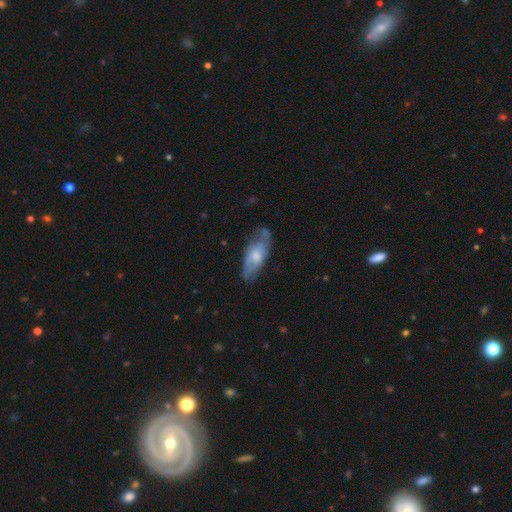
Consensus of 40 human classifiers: Volunteers were most divided on "smooth or featured": smooth: 52%, featured or disk: 48%, star or artifact: 0%. More confident: how rounded — in between (90%); merging — none (55%).